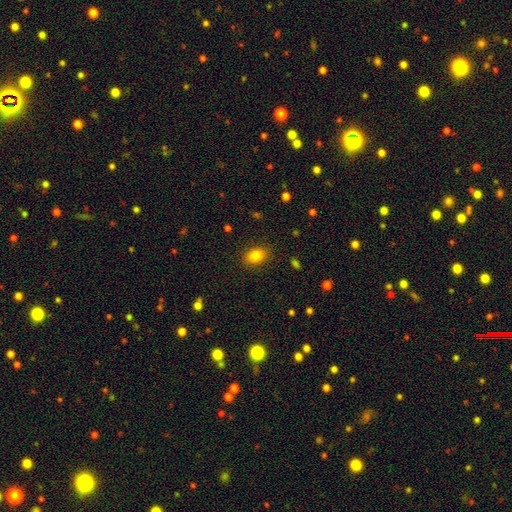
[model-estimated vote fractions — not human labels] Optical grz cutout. It shows a smooth galaxy with no disk features (83%) that is in between round and cigar-shaped (78%). Merging: none (87%).